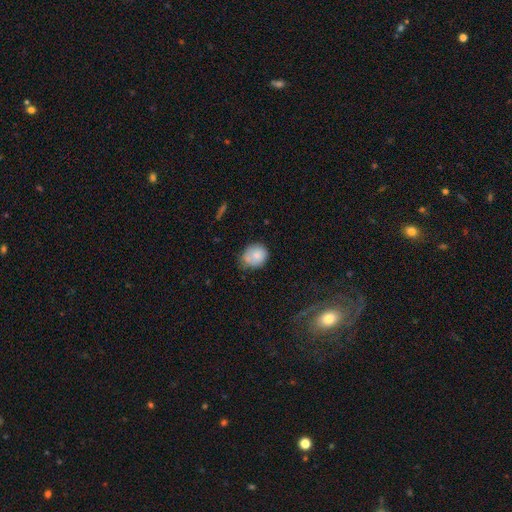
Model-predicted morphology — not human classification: smooth 79%, featured or disk 12%, star or artifact 8%. Down the decision tree: how rounded — round (67%); merging — none (55%).